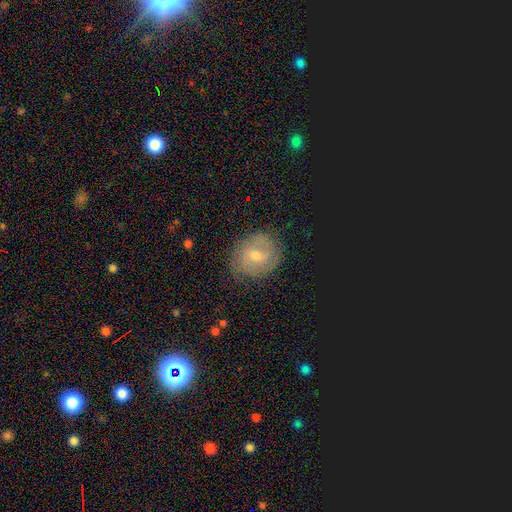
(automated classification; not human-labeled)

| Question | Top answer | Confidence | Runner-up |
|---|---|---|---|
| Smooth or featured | featured or disk | 48% | smooth (38%) |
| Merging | none | 78% | minor disturbance (16%) |